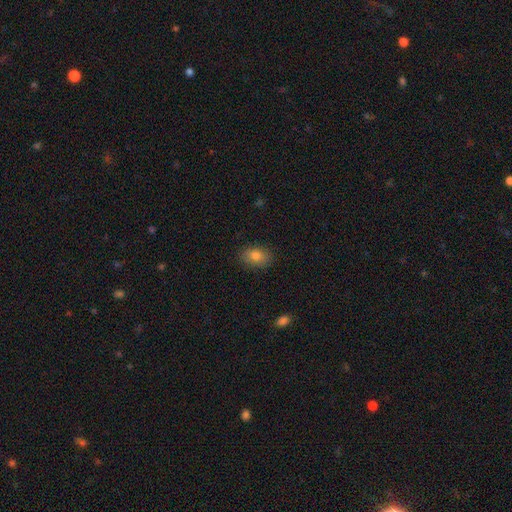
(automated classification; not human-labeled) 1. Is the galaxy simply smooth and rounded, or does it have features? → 82% smooth, 9% featured or disk, 9% star or artifact.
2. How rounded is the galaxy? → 84% in between, 14% round, 1% cigar-shaped.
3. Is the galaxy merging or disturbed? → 86% none, 11% minor disturbance, 2% major disturbance, 1% merger.